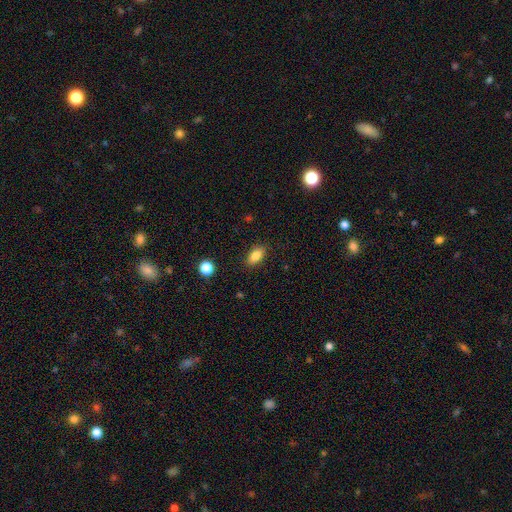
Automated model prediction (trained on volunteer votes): smooth-or-featured: smooth: 84% | star or artifact: 9% | featured or disk: 7%
  how-rounded: in between: 88% | round: 7% | cigar-shaped: 5%
  merging: none: 87% | minor disturbance: 9% | major disturbance: 2% | merger: 1%